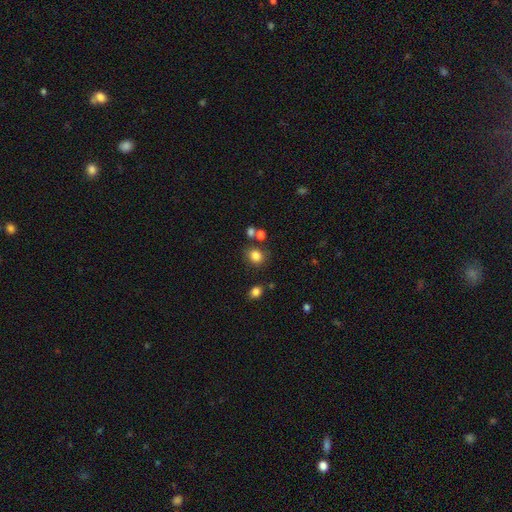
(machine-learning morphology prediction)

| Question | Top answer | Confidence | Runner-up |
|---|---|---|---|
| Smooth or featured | smooth | 82% | star or artifact (12%) |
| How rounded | round | 64% | in between (35%) |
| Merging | none | 74% | minor disturbance (12%) |